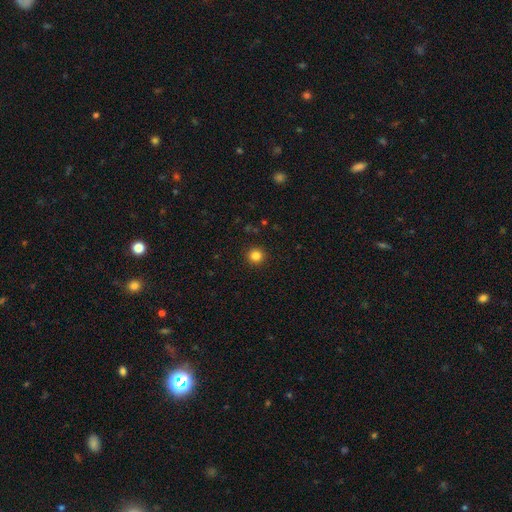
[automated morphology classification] smooth-or-featured: smooth: 83% | star or artifact: 12% | featured or disk: 4%
  how-rounded: round: 94% | in between: 5% | cigar-shaped: 1%
  merging: none: 93% | minor disturbance: 5% | major disturbance: 2% | merger: 1%